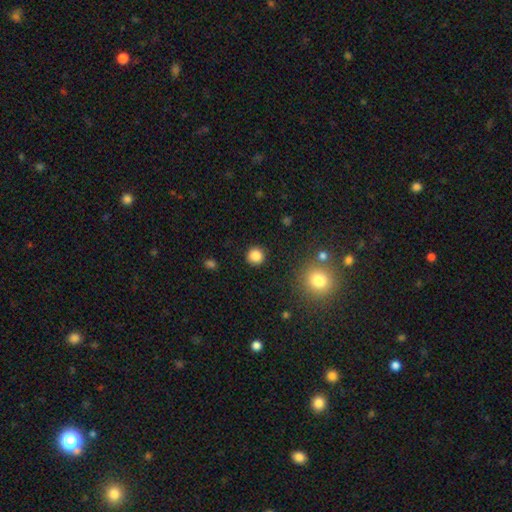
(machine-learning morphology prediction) This appears to be a smooth galaxy with no disk features (85%) that is round (93%). Merging: none (90%).